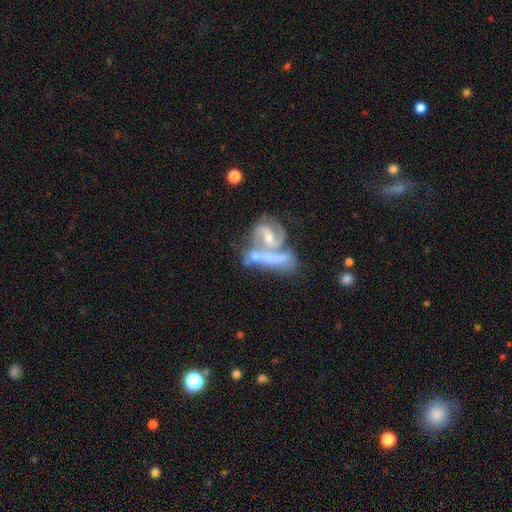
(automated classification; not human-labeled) Smooth or featured?
  - featured or disk: 69% *
  - smooth: 24%
  - star or artifact: 7%
Edge-on disk?
  - no: 94% *
  - yes: 6%
Bar?
  - no: 47% *
  - weak: 35%
  - strong: 19%
Spiral arms?
  - yes: 79% *
  - no: 21%
Spiral winding?
  - medium: 46% *
  - tight: 33%
  - loose: 21%
Spiral arm count?
  - 2: 61% *
  - can't tell: 16%
  - 1: 9%
  - 3: 9%
  - 4: 2%
  - more than 4: 2%
Bulge size?
  - moderate: 48% *
  - small: 37%
  - none: 9%
  - large: 4%
  - dominant: 2%
Merging?
  - merger: 58% *
  - none: 22%
  - major disturbance: 10%
  - minor disturbance: 10%